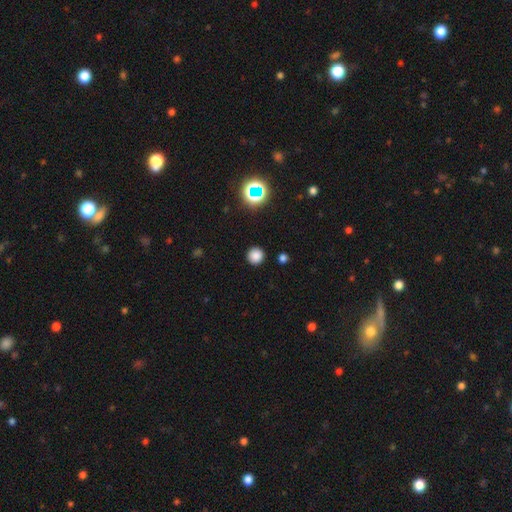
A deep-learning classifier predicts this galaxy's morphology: Smooth or featured? smooth (80%)
How rounded? round (95%)
Merging? none (91%)